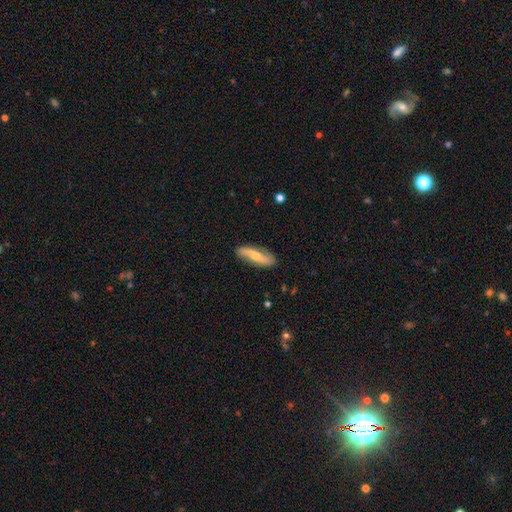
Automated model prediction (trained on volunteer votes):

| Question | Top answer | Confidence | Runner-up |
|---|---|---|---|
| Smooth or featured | featured or disk | 60% | smooth (35%) |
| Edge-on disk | no | 77% | yes (23%) |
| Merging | none | 84% | minor disturbance (12%) |